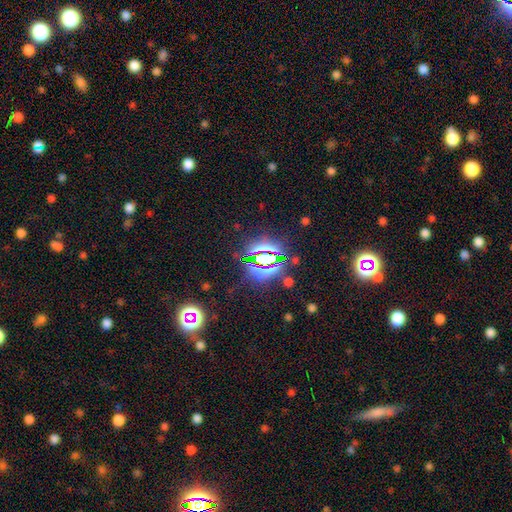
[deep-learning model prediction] The model was most divided on "smooth or featured": star or artifact: 80%, smooth: 11%, featured or disk: 9%.